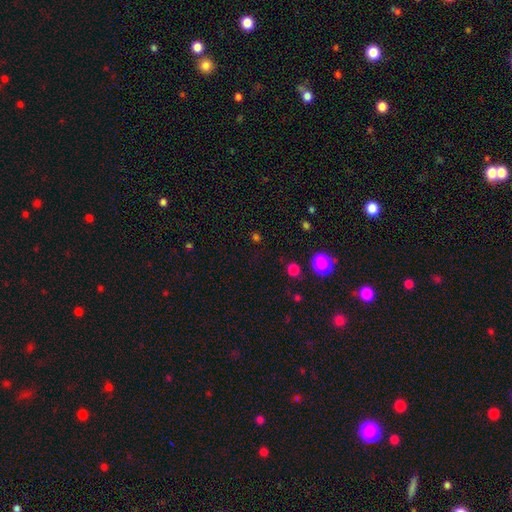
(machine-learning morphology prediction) Smooth or featured? Predicted: smooth (p=0.62). How rounded? Predicted: round (p=0.81). Merging? Predicted: none (p=0.80).